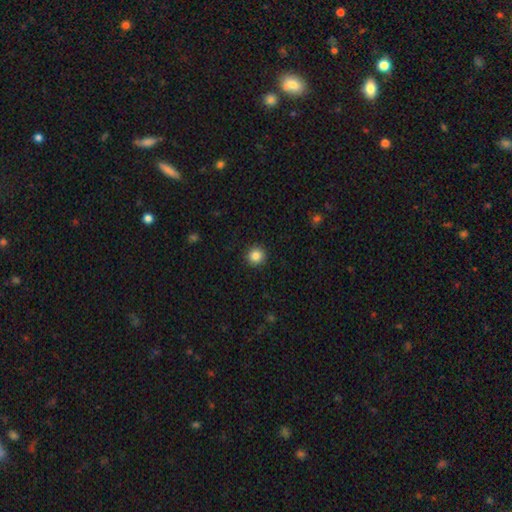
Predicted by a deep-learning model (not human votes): Smooth or featured? smooth (86%)
How rounded? round (93%)
Merging? none (92%)